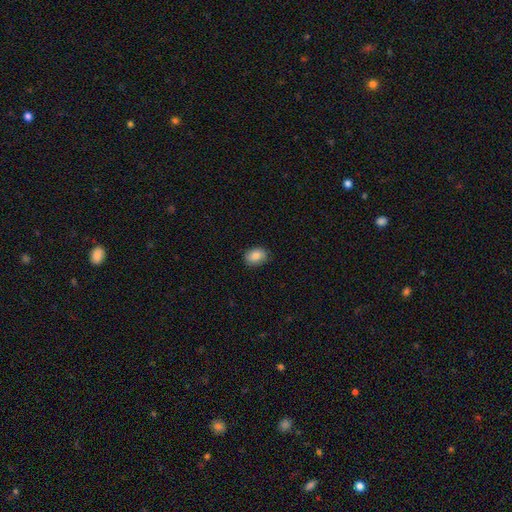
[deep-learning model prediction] Smooth or featured: smooth — 86% (star or artifact — 8%)
How rounded: in between — 76% (round — 23%)
Merging: none — 85% (minor disturbance — 12%)